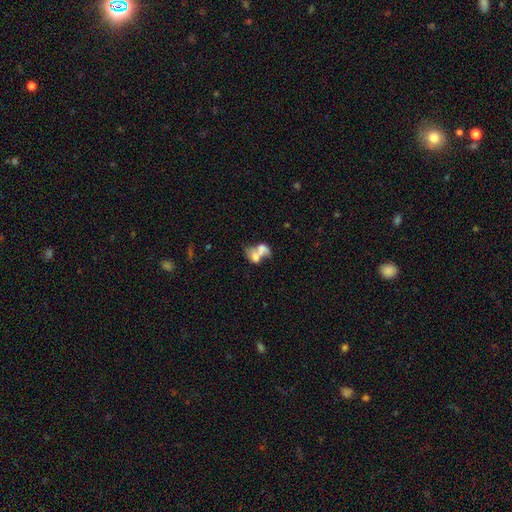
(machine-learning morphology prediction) The model was most divided on "smooth or featured": smooth: 56%, featured or disk: 33%, star or artifact: 10%. More confident: how rounded — in between (73%); merging — merger (71%).